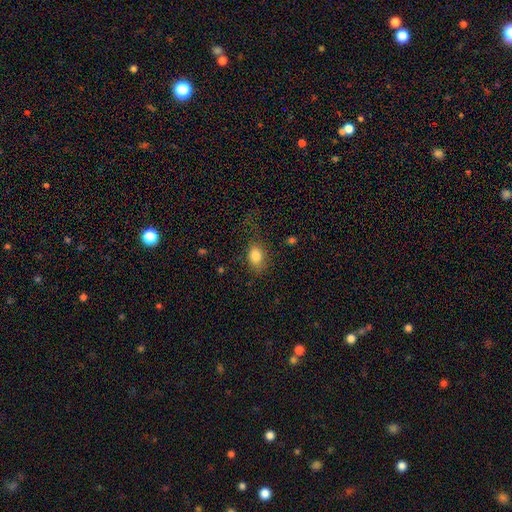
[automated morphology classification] smooth 83%, star or artifact 9%, featured or disk 8%. Down the decision tree: how rounded — in between (75%); merging — none (68%).